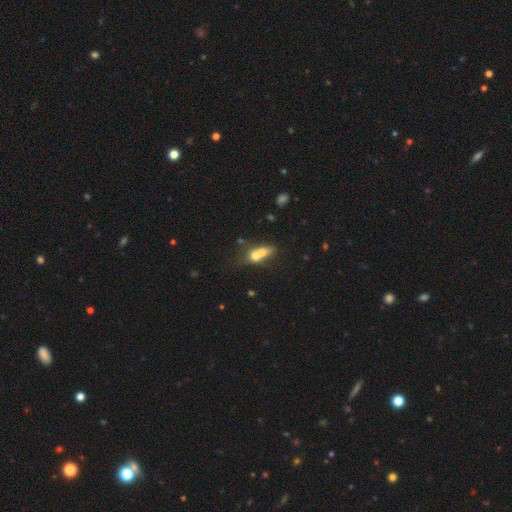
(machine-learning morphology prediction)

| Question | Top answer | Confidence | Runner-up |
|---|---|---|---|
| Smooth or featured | smooth | 62% | featured or disk (27%) |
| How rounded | in between | 53% | round (32%) |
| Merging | merger | 66% | none (21%) |